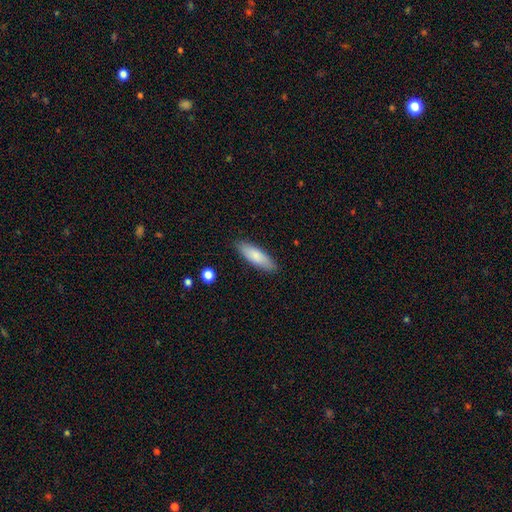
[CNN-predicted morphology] This appears to be a smooth galaxy with no disk features (82%) that is in between round and cigar-shaped (50%). Merging: none (87%).